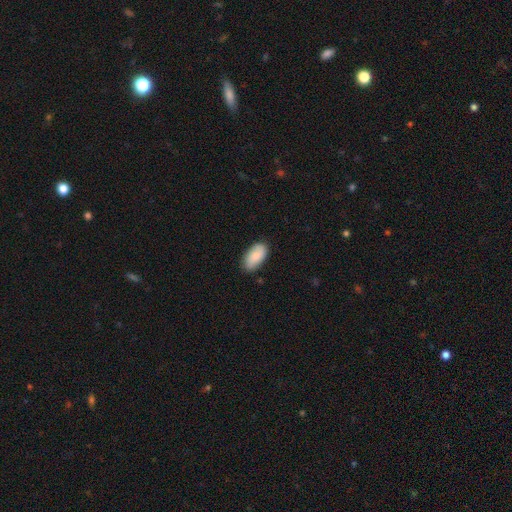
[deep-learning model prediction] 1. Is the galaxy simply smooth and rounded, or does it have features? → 81% smooth, 13% featured or disk, 6% star or artifact.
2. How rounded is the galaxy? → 94% in between, 3% round, 3% cigar-shaped.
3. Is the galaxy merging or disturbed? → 82% none, 14% minor disturbance, 2% major disturbance, 1% merger.